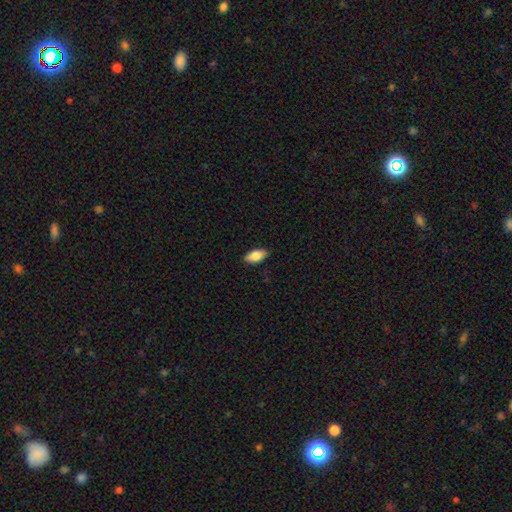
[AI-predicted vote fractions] Smooth or featured?
  - smooth: 84% *
  - featured or disk: 10%
  - star or artifact: 7%
How rounded?
  - in between: 92% *
  - cigar-shaped: 5%
  - round: 3%
Merging?
  - none: 88% *
  - minor disturbance: 9%
  - major disturbance: 2%
  - merger: 1%